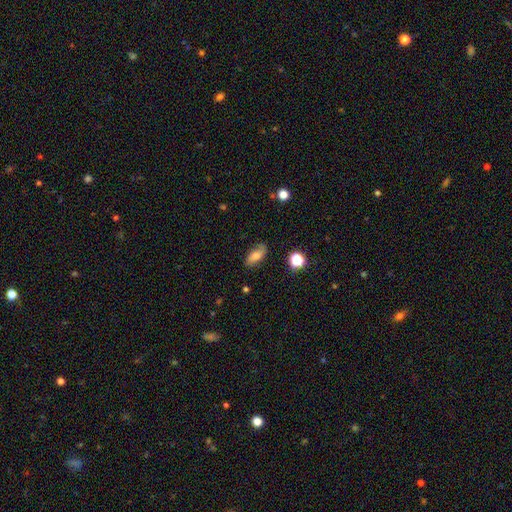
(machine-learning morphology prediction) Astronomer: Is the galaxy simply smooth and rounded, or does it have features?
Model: smooth — 63%.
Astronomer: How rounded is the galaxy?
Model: in between — 80%.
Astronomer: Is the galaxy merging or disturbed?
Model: none — 79%.